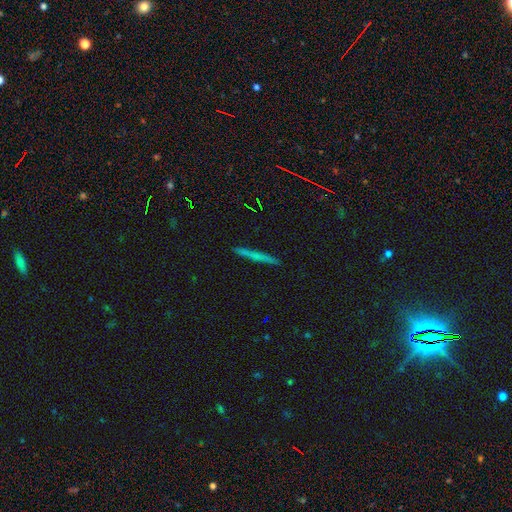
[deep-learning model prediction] Q: Smooth or featured?
A: smooth (51%); runner-up: featured or disk (40%)
Q: How rounded?
A: cigar-shaped (96%); runner-up: in between (2%)
Q: Merging?
A: none (92%); runner-up: minor disturbance (6%)